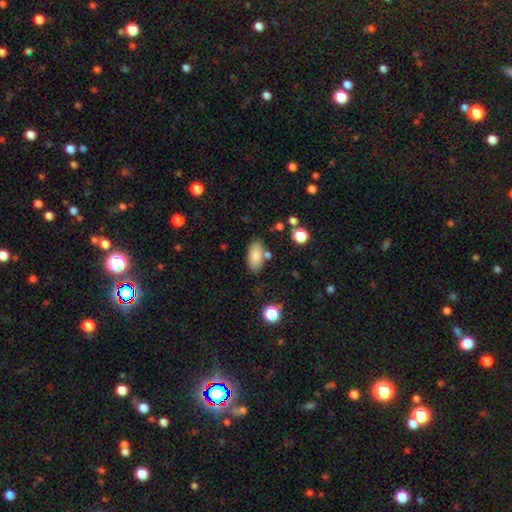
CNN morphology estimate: Smooth or featured: smooth — 81% (featured or disk — 11%)
How rounded: in between — 91% (cigar-shaped — 5%)
Merging: none — 74% (minor disturbance — 13%)